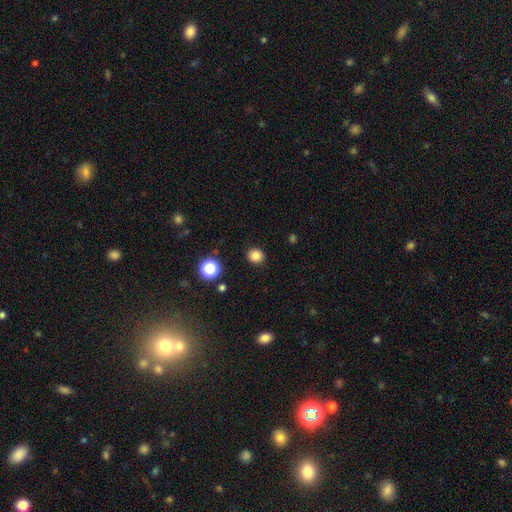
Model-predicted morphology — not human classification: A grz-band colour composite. It shows a smooth galaxy with no disk features (84%) that is round (74%). Merging: none (90%).